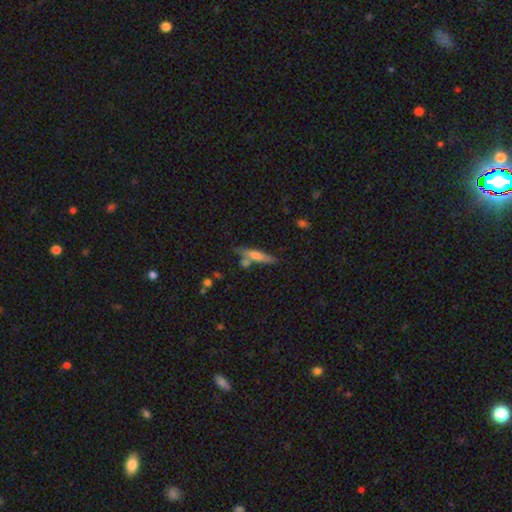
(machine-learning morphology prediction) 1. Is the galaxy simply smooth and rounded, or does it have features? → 56% smooth, 37% featured or disk, 7% star or artifact.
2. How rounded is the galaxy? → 85% cigar-shaped, 13% in between, 2% round.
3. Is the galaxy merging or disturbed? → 67% none, 15% minor disturbance, 15% merger, 4% major disturbance.